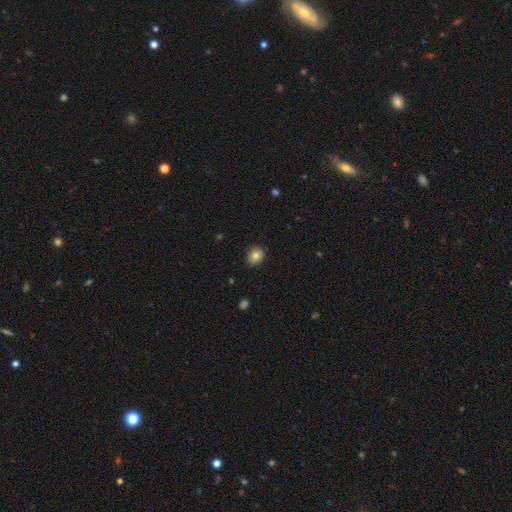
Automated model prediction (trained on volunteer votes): This is clearly a smooth galaxy (82%). How rounded: likely round (68%). Merging: clearly none (88%).